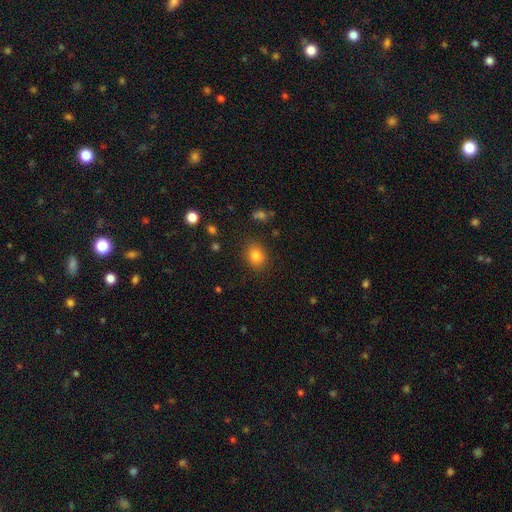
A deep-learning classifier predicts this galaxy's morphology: Overall: smooth (82%). How rounded: round (58%; in between 41%). Merging: none (86%).